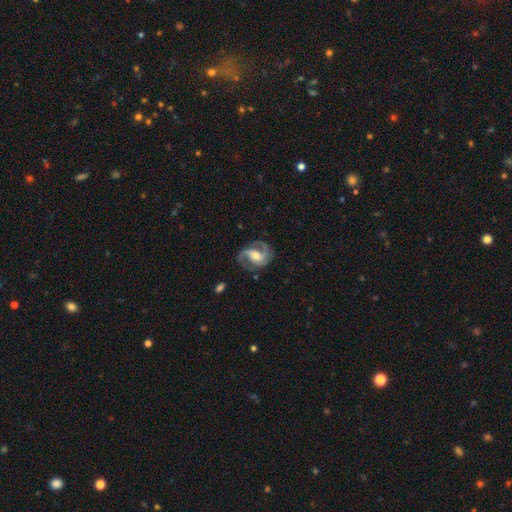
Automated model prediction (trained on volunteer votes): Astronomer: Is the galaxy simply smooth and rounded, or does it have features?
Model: featured or disk — 90%.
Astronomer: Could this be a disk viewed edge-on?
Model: no — 98%.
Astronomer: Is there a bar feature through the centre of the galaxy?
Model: weak — 45% (runner-up: no, 30%).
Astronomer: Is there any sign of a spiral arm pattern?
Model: yes — 98%.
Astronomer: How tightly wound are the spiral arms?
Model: medium — 57%.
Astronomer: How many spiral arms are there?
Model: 2 — 75%.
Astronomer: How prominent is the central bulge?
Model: moderate — 63%.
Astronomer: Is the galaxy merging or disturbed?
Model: none — 76%.